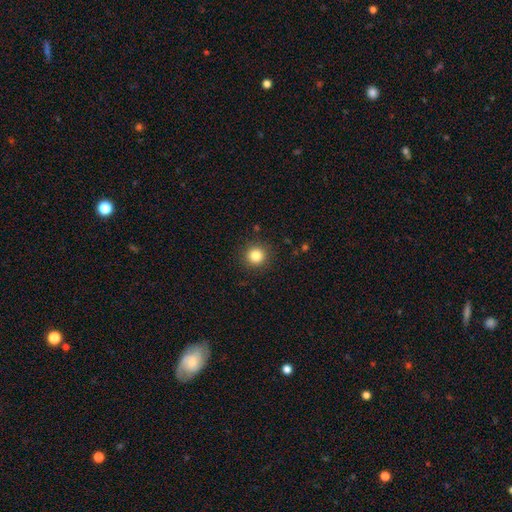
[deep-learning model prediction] smooth-or-featured: smooth: 84% | star or artifact: 11% | featured or disk: 5%
  how-rounded: round: 94% | in between: 5% | cigar-shaped: 1%
  merging: none: 91% | minor disturbance: 6% | major disturbance: 2% | merger: 1%